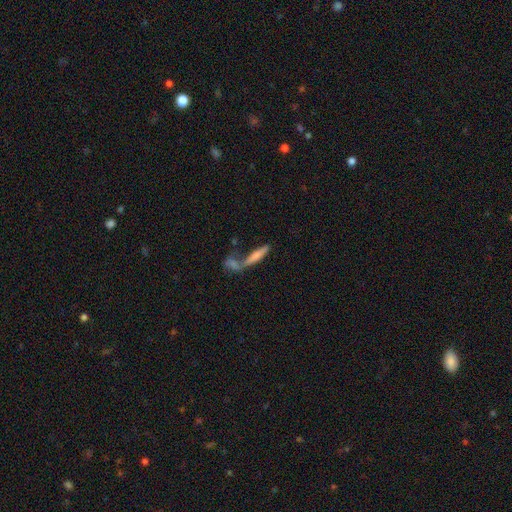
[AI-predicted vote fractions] smooth_or_featured: smooth (p=0.64) [alt: featured or disk p=0.26]
how_rounded: cigar-shaped (p=0.77) [alt: in between p=0.20]
merging: merger (p=0.48) [alt: none p=0.34]